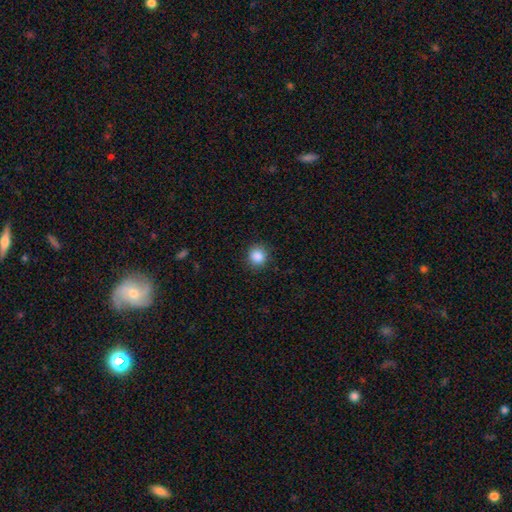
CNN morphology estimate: smooth 87%, star or artifact 10%, featured or disk 3%. Down the decision tree: how rounded — round (89%); merging — none (88%).